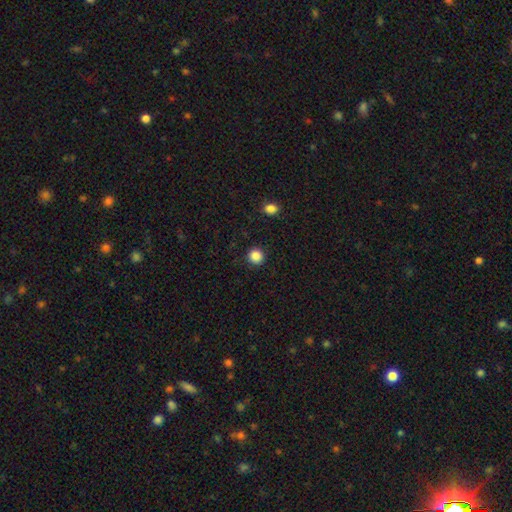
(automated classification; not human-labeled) smooth_or_featured: smooth (p=0.86) [alt: star or artifact p=0.11]
how_rounded: round (p=0.94) [alt: in between p=0.05]
merging: none (p=0.92) [alt: minor disturbance p=0.05]